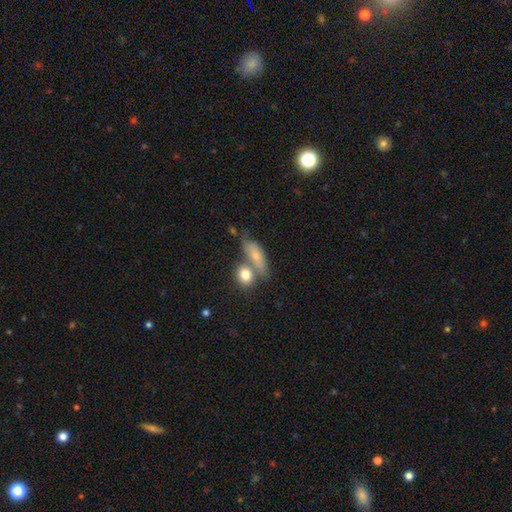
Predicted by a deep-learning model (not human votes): smooth_or_featured: smooth (p=0.72) [alt: featured or disk p=0.20]
how_rounded: in between (p=0.60) [alt: cigar-shaped p=0.22]
merging: none (p=0.43) [alt: merger p=0.34]